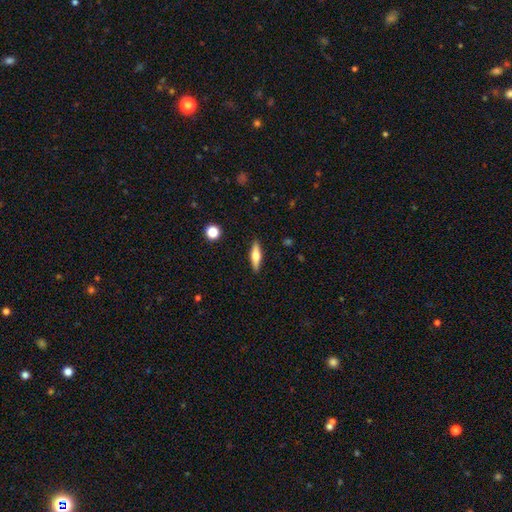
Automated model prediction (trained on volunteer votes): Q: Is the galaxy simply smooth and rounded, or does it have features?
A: smooth — 53%.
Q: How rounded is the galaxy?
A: cigar-shaped — 64%.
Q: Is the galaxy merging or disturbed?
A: none — 89%.